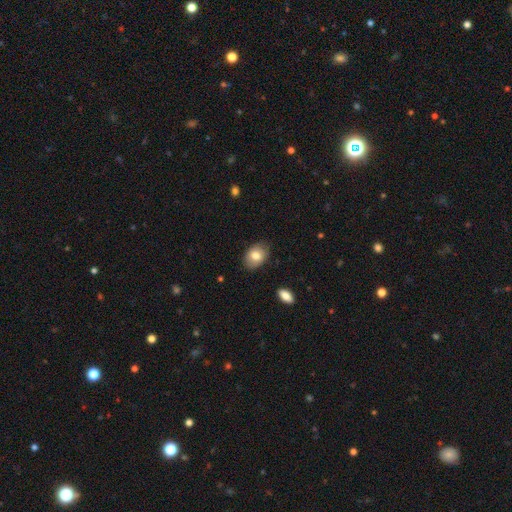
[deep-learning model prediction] Smooth or featured? smooth (78%)
How rounded? in between (79%)
Merging? none (83%)